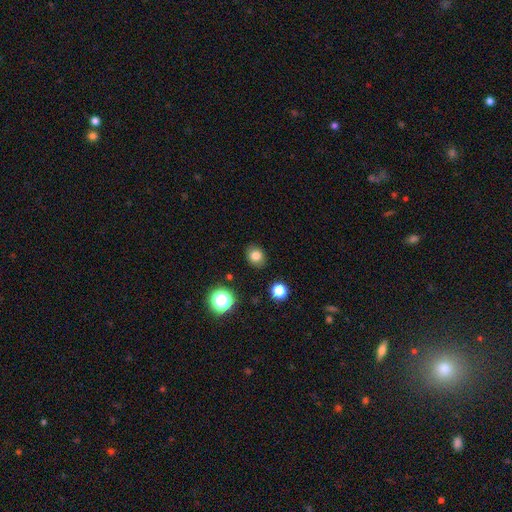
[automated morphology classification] This appears to be a smooth galaxy with no disk features (80%) that is round (64%). Merging: none (88%).